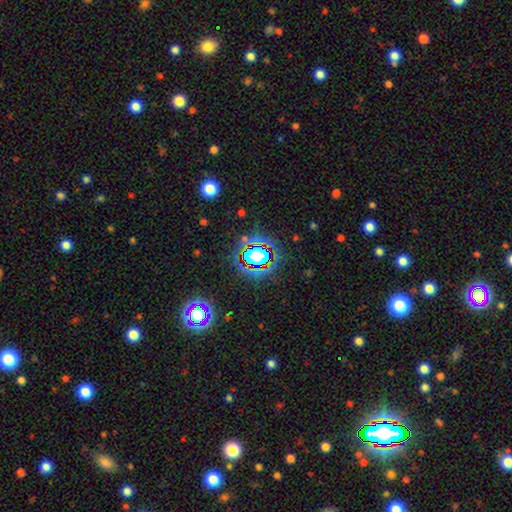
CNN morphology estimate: This appears to be a star or artifact, not a galaxy (65%).